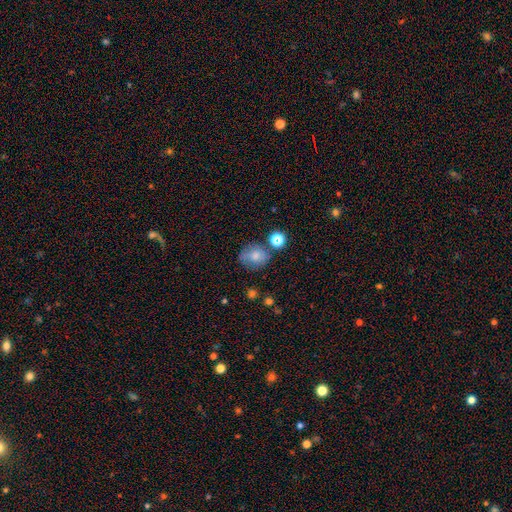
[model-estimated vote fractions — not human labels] Smooth or featured: smooth — 70% (featured or disk — 17%)
How rounded: round — 60% (in between — 39%)
Merging: none — 62% (minor disturbance — 21%)